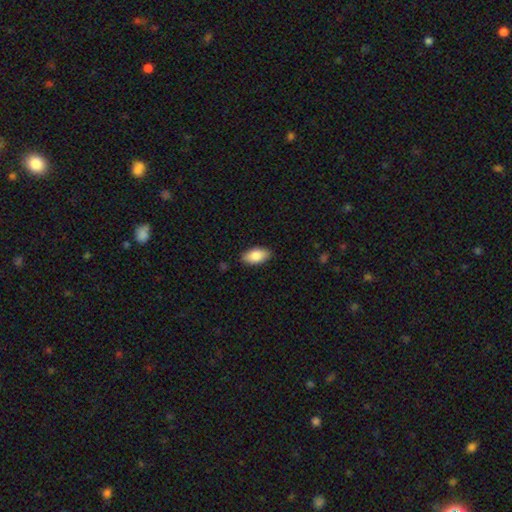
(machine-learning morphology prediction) Overall: smooth (84%). How rounded: in between (93%). Merging: none (88%).